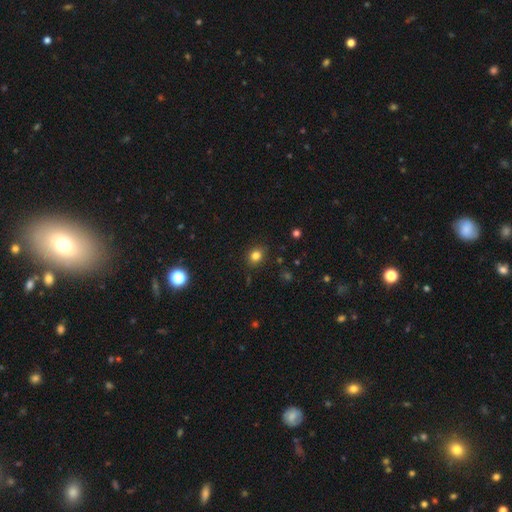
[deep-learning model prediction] Morphology: type=smooth (81%); roundness=round (73%); merging=none (87%).